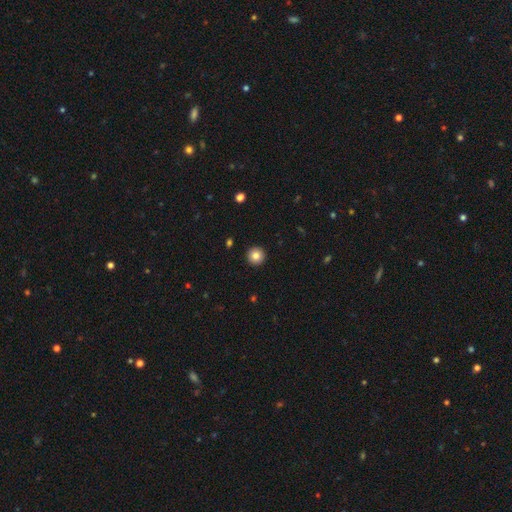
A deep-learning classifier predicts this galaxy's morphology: Overall: smooth (84%). How rounded: round (96%). Merging: none (93%).